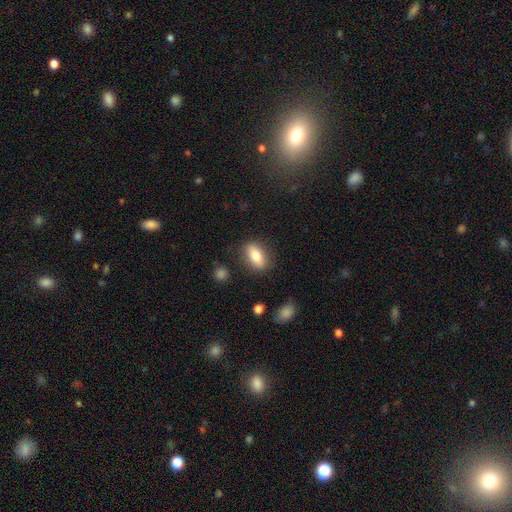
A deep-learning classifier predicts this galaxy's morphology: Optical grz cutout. It shows a smooth galaxy with no disk features (76%) that is in between round and cigar-shaped (78%). Merging: none (83%).